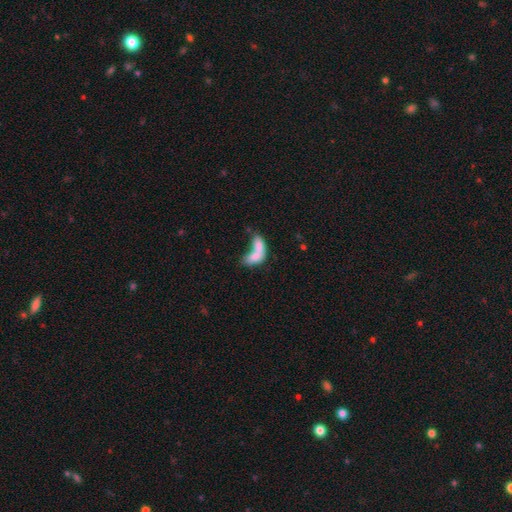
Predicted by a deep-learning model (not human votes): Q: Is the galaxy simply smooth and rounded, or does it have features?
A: smooth — 68%.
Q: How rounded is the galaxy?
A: in between — 79%.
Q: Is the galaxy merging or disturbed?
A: merger — 69%.